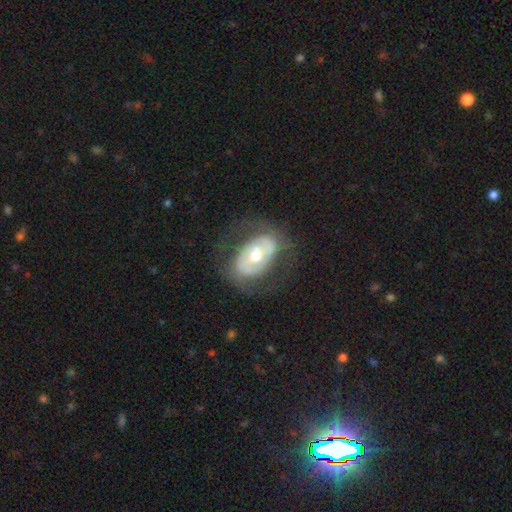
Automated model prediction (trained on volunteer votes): featured or disk 63%, smooth 31%, star or artifact 6%. Down the decision tree: edge-on disk — no (93%); bar — no (61%); spiral arms — no (62%); bulge size — moderate (71%); merging — none (70%).